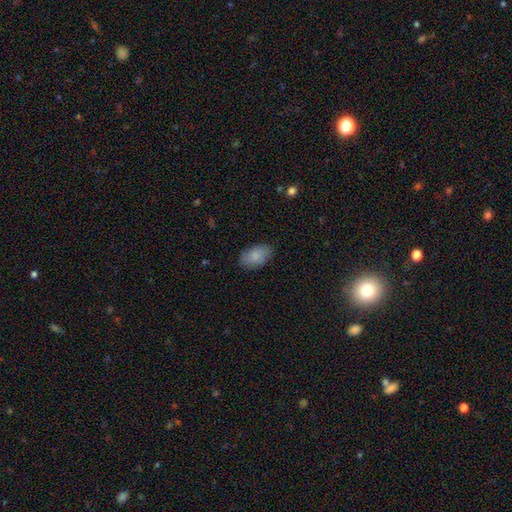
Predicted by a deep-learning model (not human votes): Smooth or featured? smooth (85%)
How rounded? in between (93%)
Merging? none (84%)